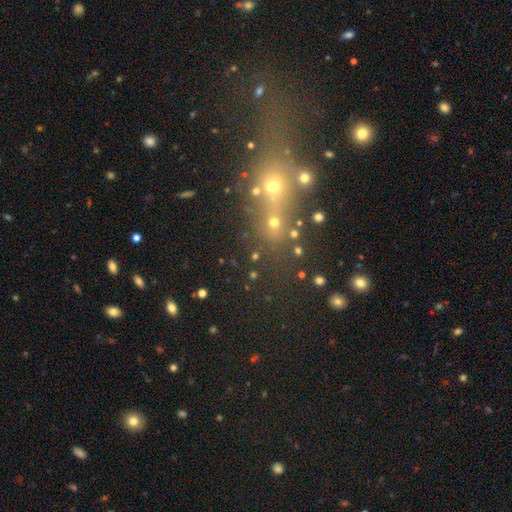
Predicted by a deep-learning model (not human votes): Smooth or featured? Predicted: smooth (p=0.44). Merging? Predicted: none (p=0.48).